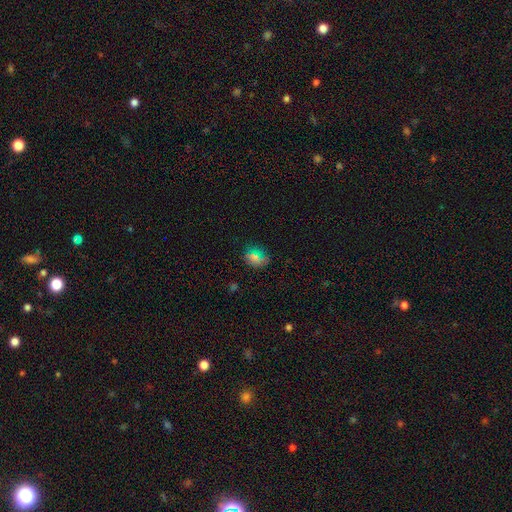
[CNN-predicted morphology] Smooth or featured? Predicted: smooth (p=0.64). How rounded? Predicted: in between (p=0.53). Merging? Predicted: none (p=0.80).